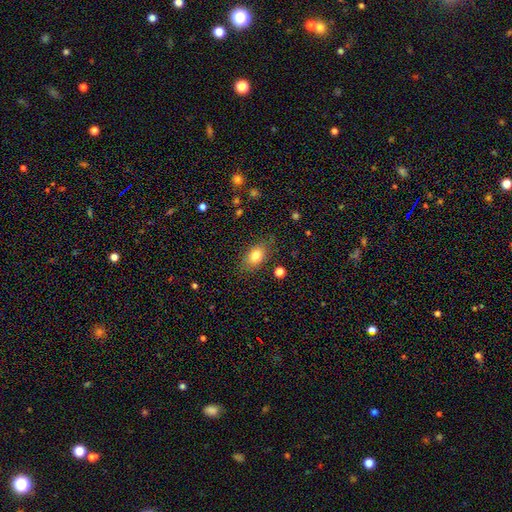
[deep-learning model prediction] This appears to be a smooth galaxy with no disk features (79%) that is in between round and cigar-shaped (80%). Merging: none (80%).